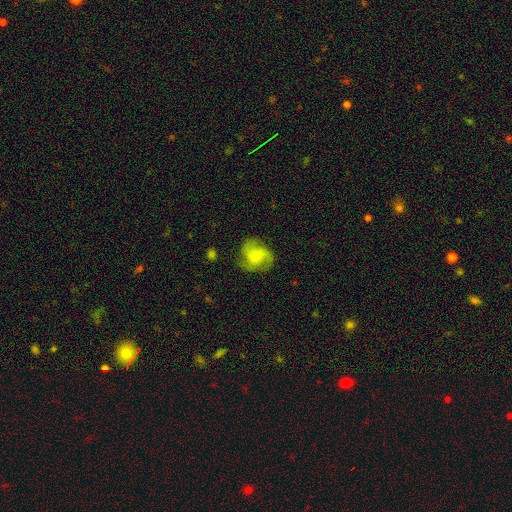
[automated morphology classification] This is possibly a featured or disk galaxy (55%). It is clearly not viewed edge-on (98%). Bar: possibly no (56%). Spiral arm pattern: clearly yes (90%). Central bulge: marginally small (40%). Merging: likely none (68%).